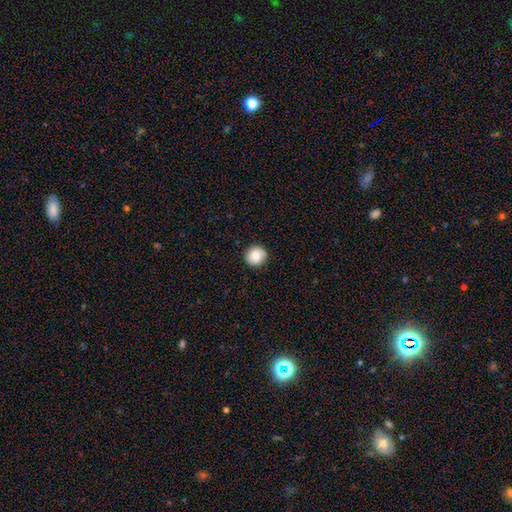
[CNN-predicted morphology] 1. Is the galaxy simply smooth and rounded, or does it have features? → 85% smooth, 8% star or artifact, 6% featured or disk.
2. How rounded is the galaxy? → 91% round, 8% in between, 1% cigar-shaped.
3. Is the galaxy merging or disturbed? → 87% none, 10% minor disturbance, 2% major disturbance, 1% merger.